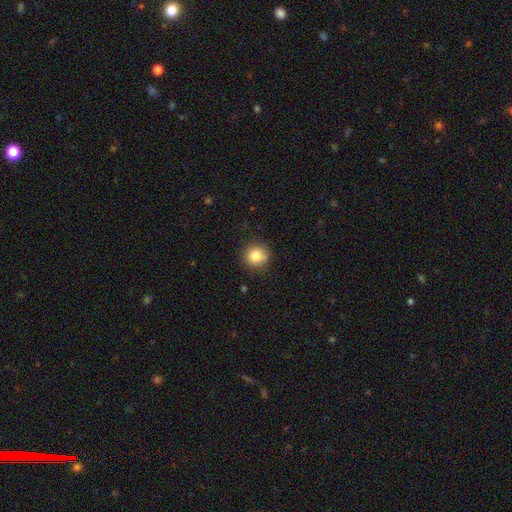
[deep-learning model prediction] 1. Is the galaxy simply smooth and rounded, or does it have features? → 83% smooth, 10% star or artifact, 7% featured or disk.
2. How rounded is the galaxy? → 91% round, 8% in between, 1% cigar-shaped.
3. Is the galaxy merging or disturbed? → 85% none, 11% minor disturbance, 2% major disturbance, 1% merger.